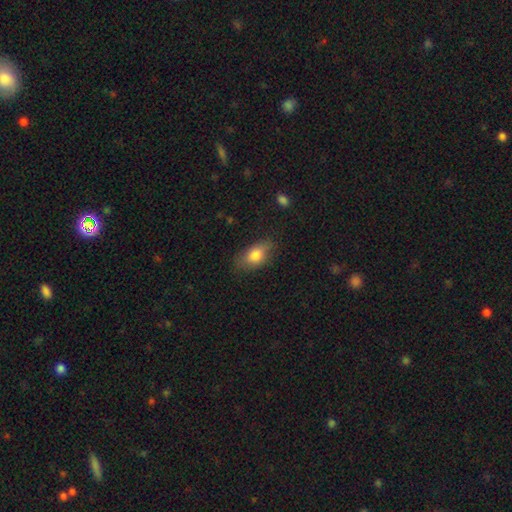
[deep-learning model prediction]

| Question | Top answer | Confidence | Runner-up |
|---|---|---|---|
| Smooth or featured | smooth | 80% | featured or disk (13%) |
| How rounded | in between | 87% | round (9%) |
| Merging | none | 74% | minor disturbance (20%) |